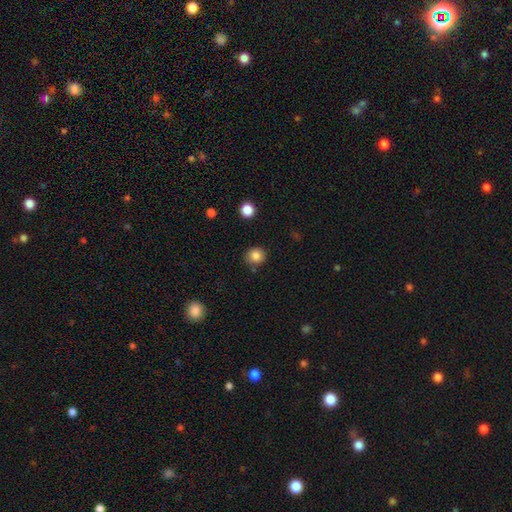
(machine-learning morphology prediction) smooth-or-featured: smooth: 84% | star or artifact: 10% | featured or disk: 5%
  how-rounded: round: 86% | in between: 13% | cigar-shaped: 1%
  merging: none: 82% | minor disturbance: 11% | merger: 5% | major disturbance: 3%